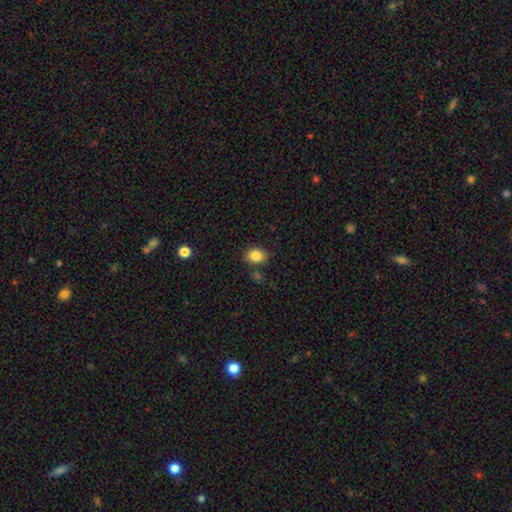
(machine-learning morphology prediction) type=smooth (84%); roundness=in between (52%); merging=none (82%).